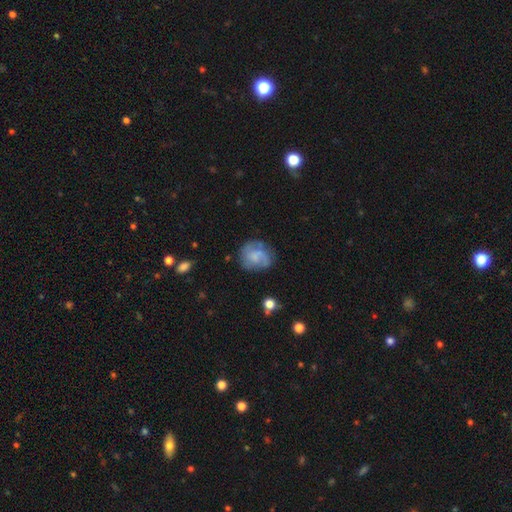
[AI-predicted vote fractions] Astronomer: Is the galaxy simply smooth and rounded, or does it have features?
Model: featured or disk — 57% (runner-up: smooth, 35%).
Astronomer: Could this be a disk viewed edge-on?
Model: no — 98%.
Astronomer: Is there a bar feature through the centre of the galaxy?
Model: no — 67%.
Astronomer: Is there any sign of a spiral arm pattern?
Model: yes — 82%.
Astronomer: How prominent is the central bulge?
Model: none — 44% (runner-up: small, 30%).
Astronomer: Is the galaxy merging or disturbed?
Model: none — 63%.